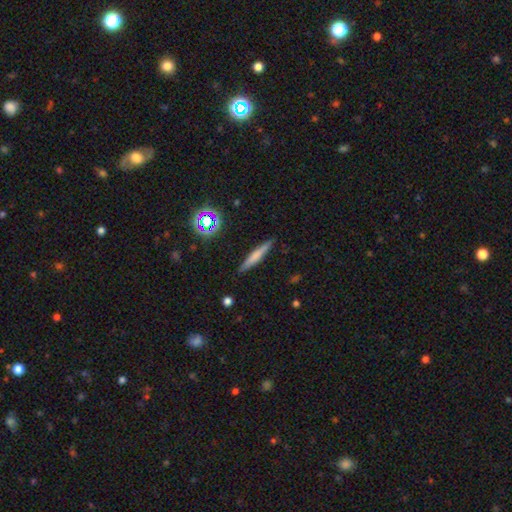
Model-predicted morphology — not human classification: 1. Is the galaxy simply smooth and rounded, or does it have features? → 61% smooth, 30% featured or disk, 9% star or artifact.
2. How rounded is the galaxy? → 93% cigar-shaped, 5% in between, 2% round.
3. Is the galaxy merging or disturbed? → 89% none, 8% minor disturbance, 2% major disturbance, 1% merger.